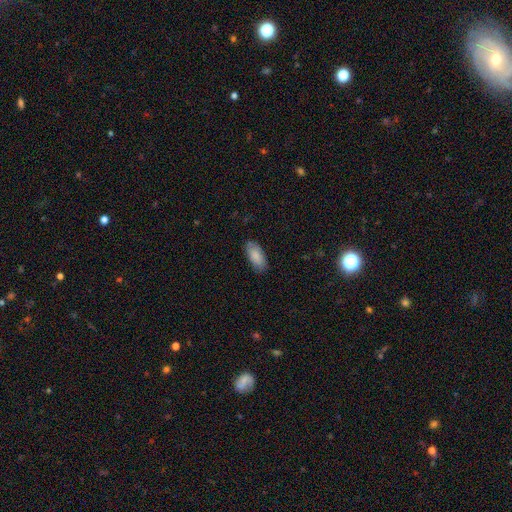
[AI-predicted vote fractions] Morphology: type=smooth (86%); roundness=in between (90%); merging=none (82%).